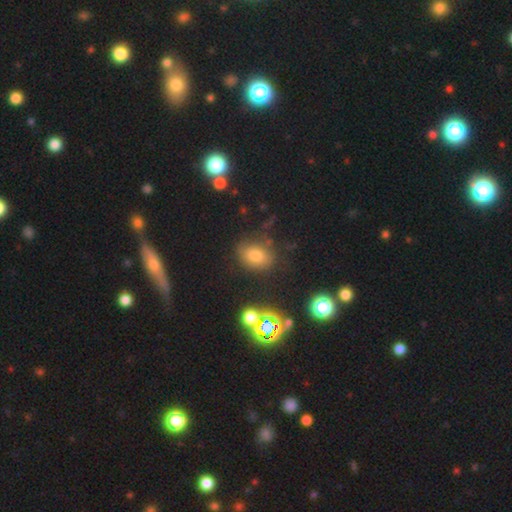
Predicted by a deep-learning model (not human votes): This is likely a smooth galaxy (71%). How rounded: likely in between (69%). Merging: likely none (73%).